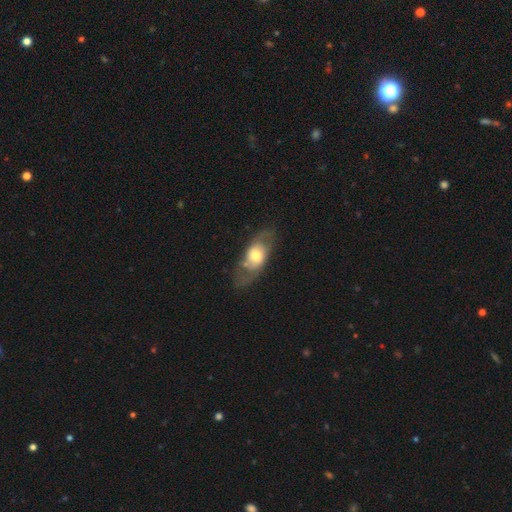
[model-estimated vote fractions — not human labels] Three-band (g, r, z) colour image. It shows a featured or disk galaxy (48%). Merging: none (64%).